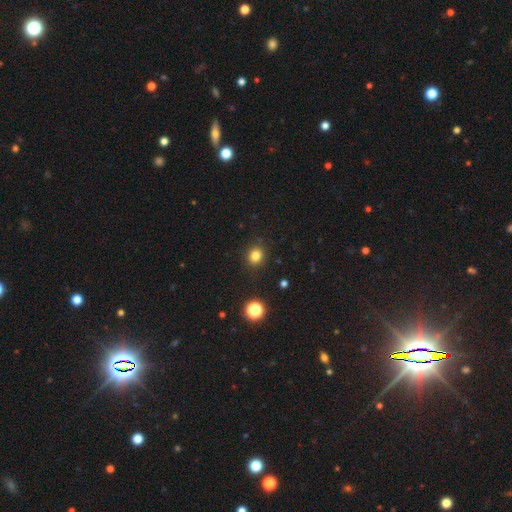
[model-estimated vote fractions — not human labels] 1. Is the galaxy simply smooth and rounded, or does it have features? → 82% smooth, 14% star or artifact, 5% featured or disk.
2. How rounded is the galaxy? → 81% round, 18% in between, 1% cigar-shaped.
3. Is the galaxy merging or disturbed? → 89% none, 7% minor disturbance, 2% major disturbance, 1% merger.